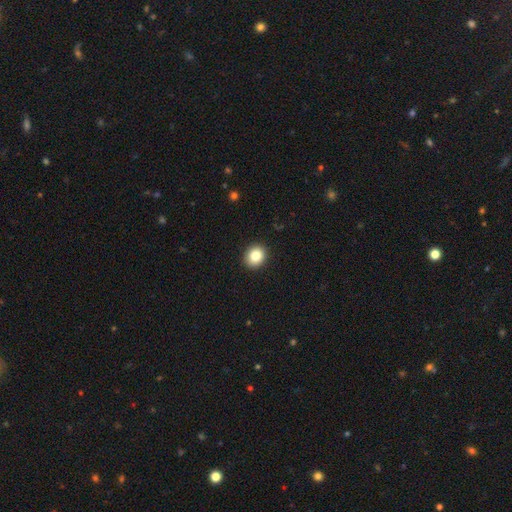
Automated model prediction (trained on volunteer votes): Overall: smooth (85%). How rounded: round (73%). Merging: none (91%).